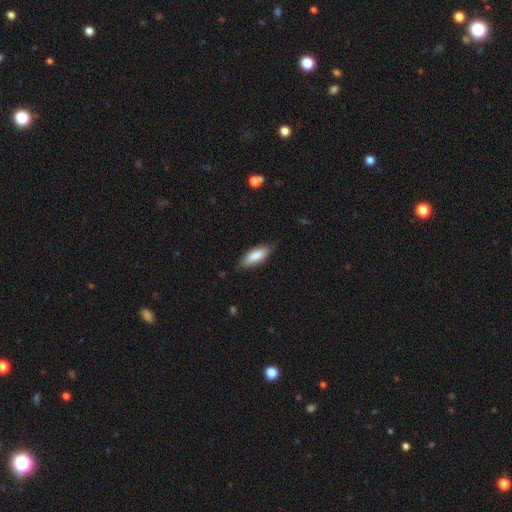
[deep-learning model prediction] This is clearly a smooth galaxy (85%). How rounded: likely in between (73%). Merging: clearly none (81%).